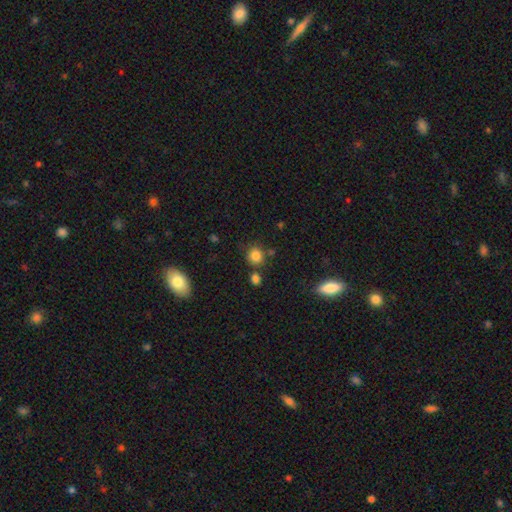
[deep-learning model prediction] Morphology: type=smooth (82%); roundness=round (86%); merging=none (73%).